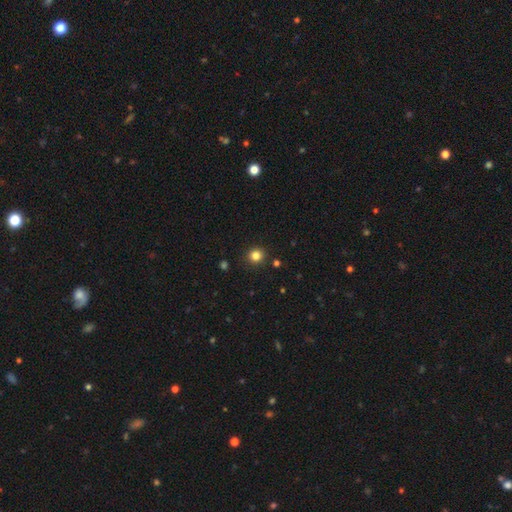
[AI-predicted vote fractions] A smooth galaxy with no disk features (83%) that is round (92%). Merging: none (91%).